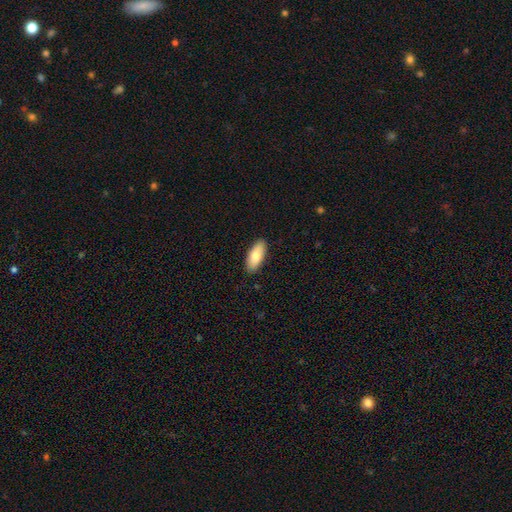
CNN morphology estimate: smooth 79%, featured or disk 15%, star or artifact 6%. Down the decision tree: how rounded — in between (83%); merging — none (89%).